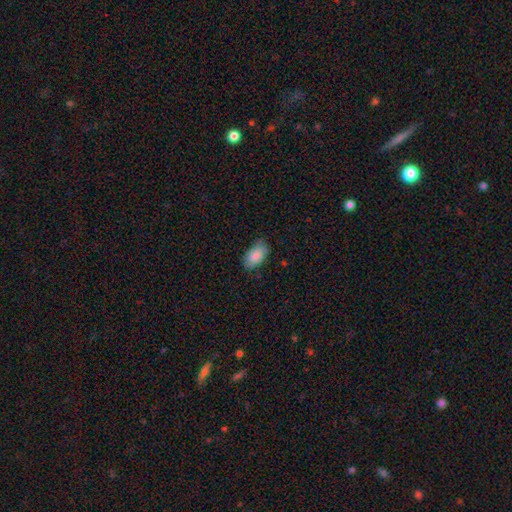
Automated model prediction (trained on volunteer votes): A smooth galaxy with no disk features (87%) that is in between round and cigar-shaped (94%).

Vote fractions:
- Smooth or featured? smooth: 87% / featured or disk: 7% / star or artifact: 6%
- How rounded? in between: 94% / round: 5% / cigar-shaped: 2%
- Merging? none: 73% / minor disturbance: 22% / major disturbance: 4% / merger: 1%